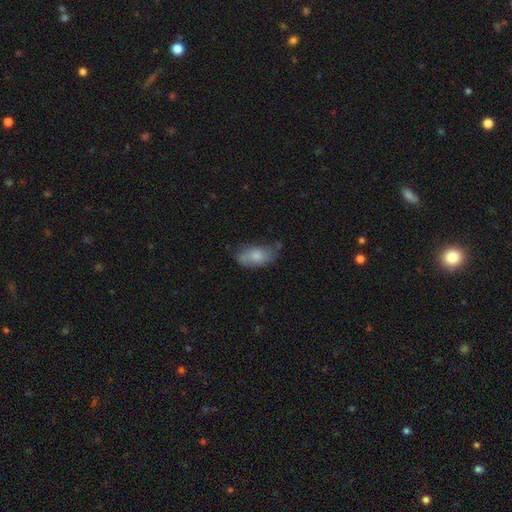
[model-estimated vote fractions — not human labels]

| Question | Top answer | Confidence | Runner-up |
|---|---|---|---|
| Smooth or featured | smooth | 75% | featured or disk (18%) |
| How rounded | in between | 92% | round (4%) |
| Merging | none | 58% | minor disturbance (30%) |